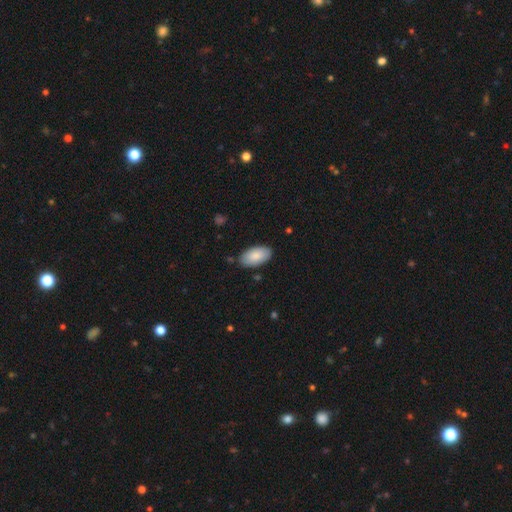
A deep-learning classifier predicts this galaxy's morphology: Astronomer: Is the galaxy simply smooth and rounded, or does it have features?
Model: smooth — 86%.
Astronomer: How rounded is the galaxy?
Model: in between — 96%.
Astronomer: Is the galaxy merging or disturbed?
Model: none — 84%.